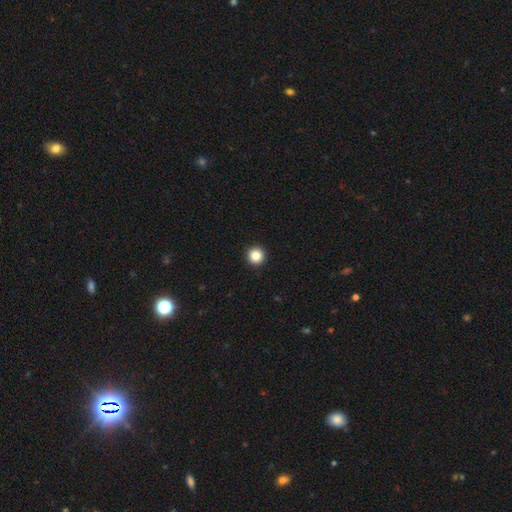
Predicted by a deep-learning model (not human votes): Smooth or featured?
  - smooth: 85% *
  - star or artifact: 10%
  - featured or disk: 4%
How rounded?
  - round: 96% *
  - in between: 3%
  - cigar-shaped: 1%
Merging?
  - none: 94% *
  - minor disturbance: 3%
  - major disturbance: 1%
  - merger: 1%